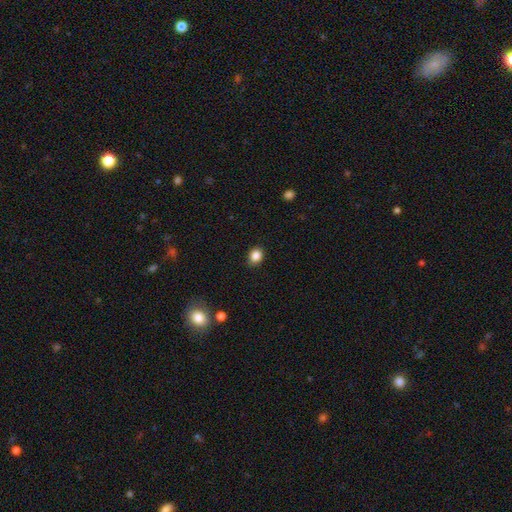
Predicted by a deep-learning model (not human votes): A smooth galaxy with no disk features (86%) that is round (53%).

Vote fractions:
- Smooth or featured? smooth: 86% / star or artifact: 10% / featured or disk: 4%
- How rounded? round: 53% / in between: 46% / cigar-shaped: 1%
- Merging? none: 88% / minor disturbance: 9% / major disturbance: 2% / merger: 1%